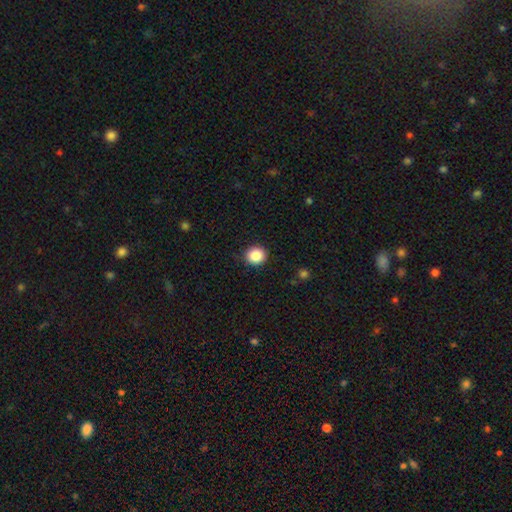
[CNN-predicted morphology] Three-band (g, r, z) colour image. It shows a smooth galaxy with no disk features (87%) that is round (87%). Merging: none (89%).